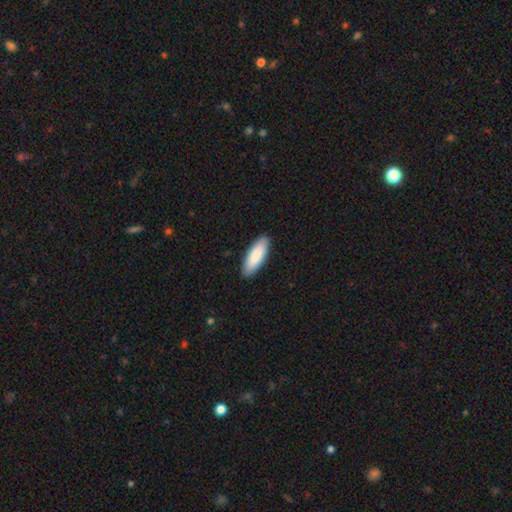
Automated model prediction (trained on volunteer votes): A smooth galaxy with no disk features (86%) that is in between round and cigar-shaped (67%).

Vote fractions:
- Smooth or featured? smooth: 86% / featured or disk: 9% / star or artifact: 5%
- How rounded? in between: 67% / cigar-shaped: 31% / round: 1%
- Merging? none: 90% / minor disturbance: 8% / major disturbance: 2% / merger: 1%